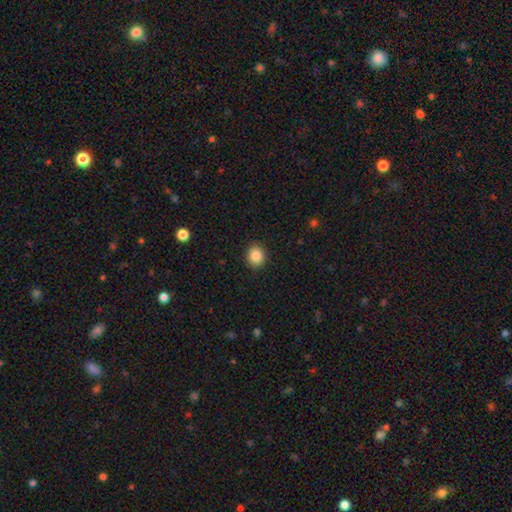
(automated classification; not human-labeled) Overall: smooth (87%). How rounded: round (76%). Merging: none (90%).